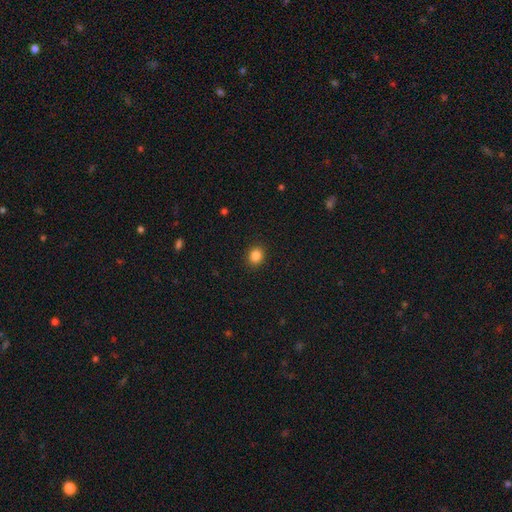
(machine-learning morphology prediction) The model was most divided on "how rounded": round: 68%, in between: 32%, cigar-shaped: 1%. More confident: merging — none (91%); smooth or featured — smooth (86%).